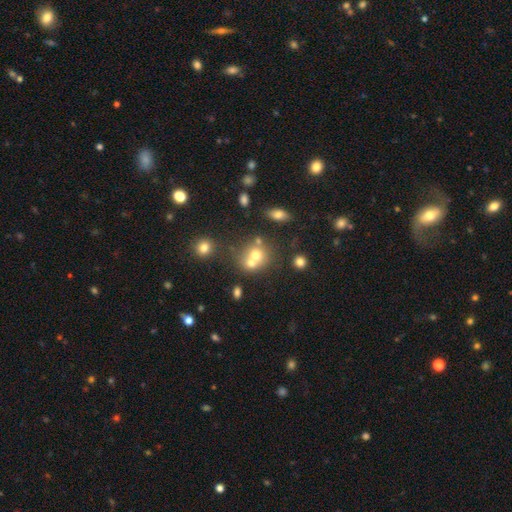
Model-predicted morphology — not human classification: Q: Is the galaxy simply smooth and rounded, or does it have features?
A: smooth — 64%.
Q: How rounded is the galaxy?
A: round — 77%.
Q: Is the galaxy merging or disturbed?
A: merger — 52%.